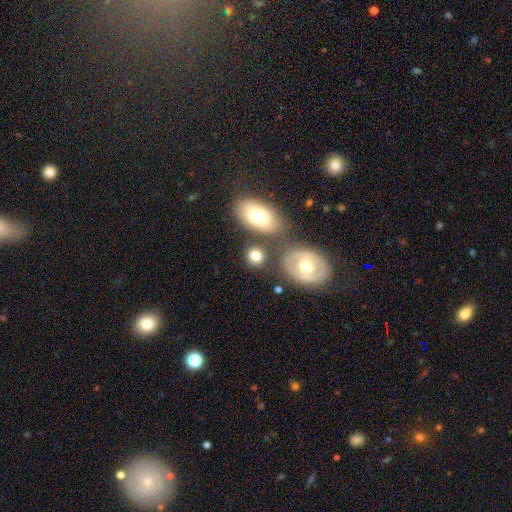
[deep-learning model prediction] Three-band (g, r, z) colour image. It shows a smooth galaxy with no disk features (76%) that is round (66%). Merging: none (71%).